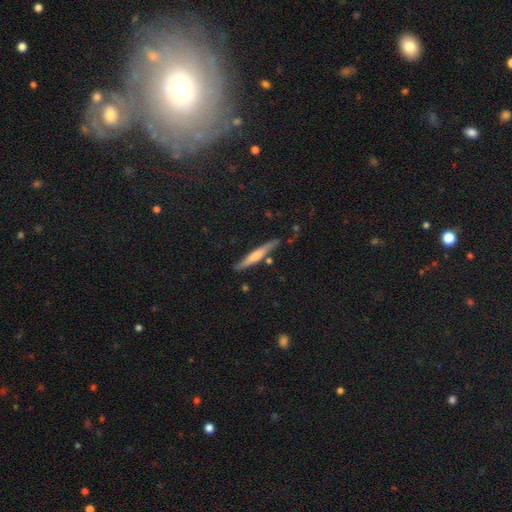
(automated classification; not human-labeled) Smooth or featured?
  - featured or disk: 53% *
  - smooth: 41%
  - star or artifact: 6%
Edge-on disk?
  - yes: 95% *
  - no: 5%
Edge-on bulge?
  - rounded: 63% *
  - none: 23%
  - boxy: 14%
Merging?
  - none: 81% *
  - minor disturbance: 12%
  - merger: 4%
  - major disturbance: 2%